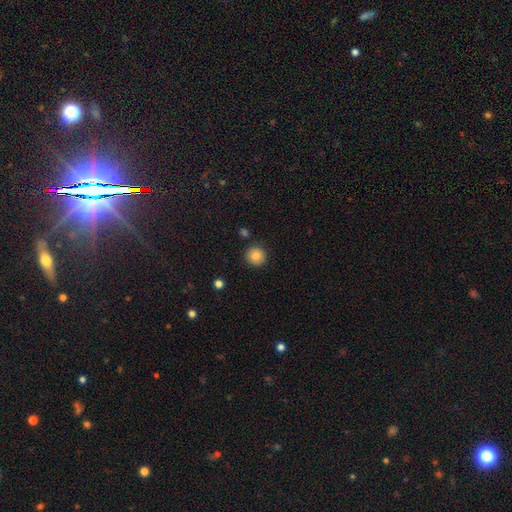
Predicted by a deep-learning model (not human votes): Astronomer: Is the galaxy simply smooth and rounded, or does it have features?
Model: smooth — 82%.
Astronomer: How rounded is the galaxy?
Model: round — 94%.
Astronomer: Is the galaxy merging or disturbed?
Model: none — 89%.